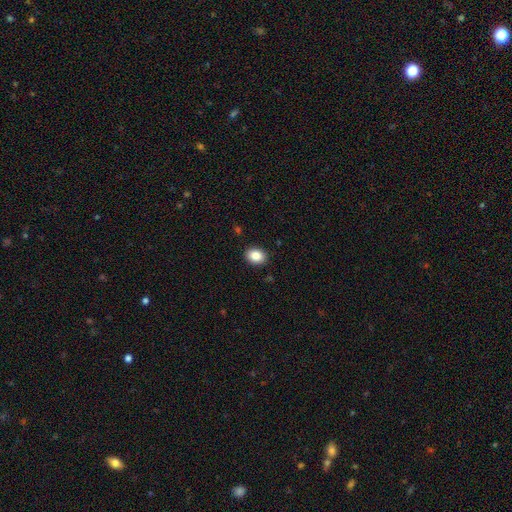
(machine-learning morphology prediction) This appears to be a smooth galaxy with no disk features (87%) that is in between round and cigar-shaped (68%). Merging: none (90%).